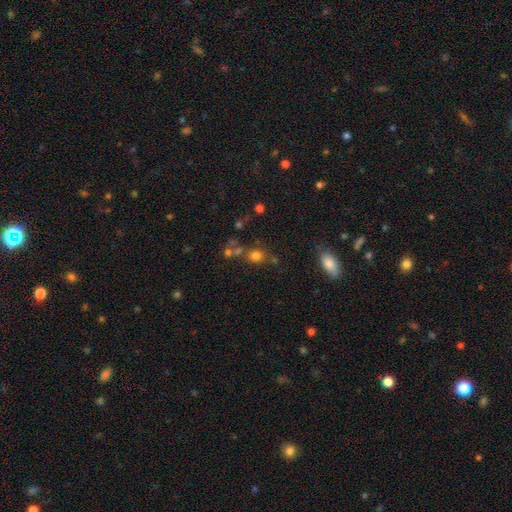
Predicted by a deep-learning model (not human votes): A smooth galaxy with no disk features (73%) that is round (63%).

Vote fractions:
- Smooth or featured? smooth: 73% / star or artifact: 18% / featured or disk: 9%
- How rounded? round: 63% / in between: 36% / cigar-shaped: 2%
- Merging? none: 64% / merger: 16% / minor disturbance: 13% / major disturbance: 7%